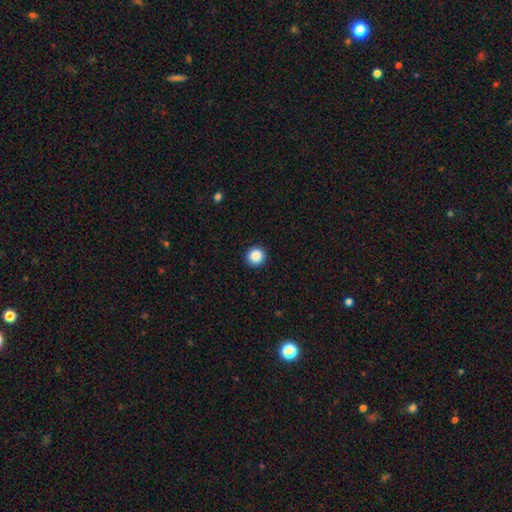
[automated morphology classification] A smooth galaxy with no disk features (88%) that is round (95%). Merging: none (93%).